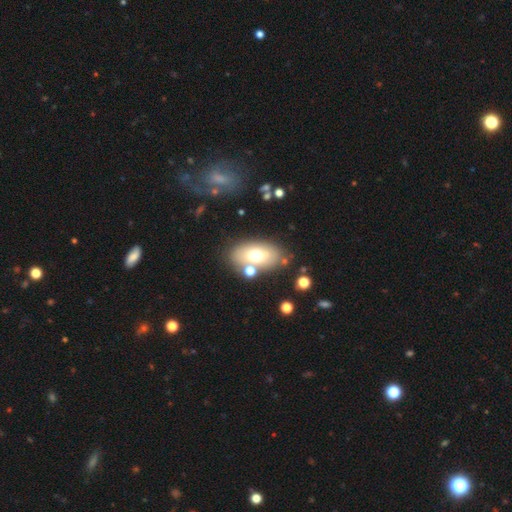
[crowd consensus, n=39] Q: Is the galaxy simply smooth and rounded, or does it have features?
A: smooth — 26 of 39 (67%).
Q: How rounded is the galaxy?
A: in between — 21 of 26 (81%).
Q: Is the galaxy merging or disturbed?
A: none — 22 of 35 (63%).